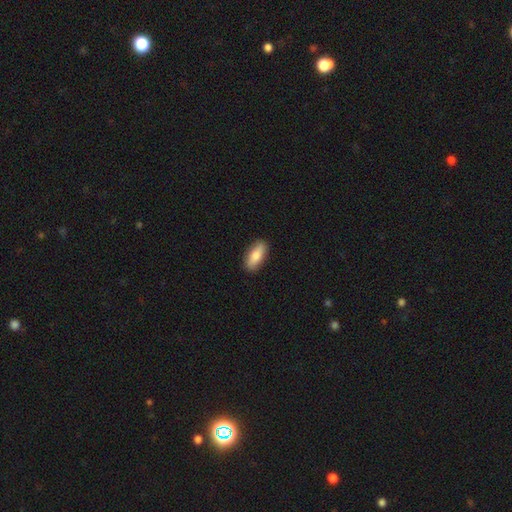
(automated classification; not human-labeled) Smooth or featured? Predicted: smooth (p=0.78). How rounded? Predicted: in between (p=0.74). Merging? Predicted: none (p=0.88).